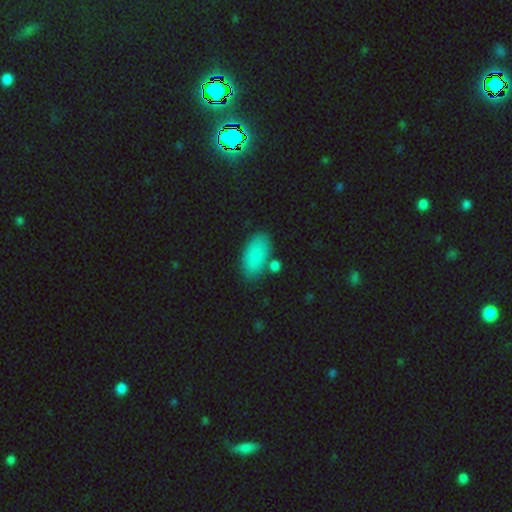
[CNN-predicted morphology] smooth-or-featured: smooth: 86% | star or artifact: 8% | featured or disk: 6%
  how-rounded: in between: 92% | cigar-shaped: 4% | round: 3%
  merging: none: 75% | minor disturbance: 13% | merger: 8% | major disturbance: 4%